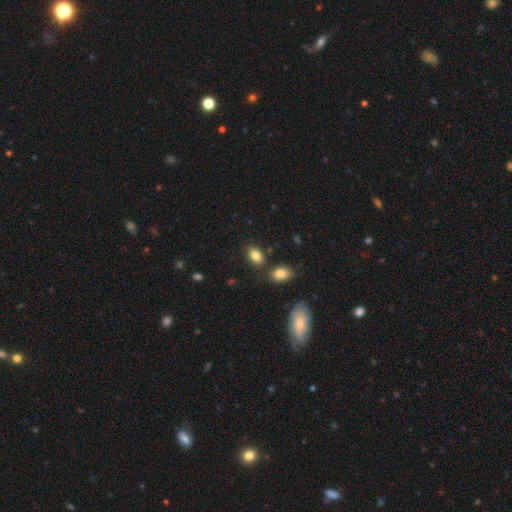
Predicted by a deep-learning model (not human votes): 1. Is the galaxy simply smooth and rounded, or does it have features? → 83% smooth, 9% star or artifact, 8% featured or disk.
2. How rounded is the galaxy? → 83% in between, 16% round, 2% cigar-shaped.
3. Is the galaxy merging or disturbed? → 76% none, 12% minor disturbance, 9% merger, 3% major disturbance.